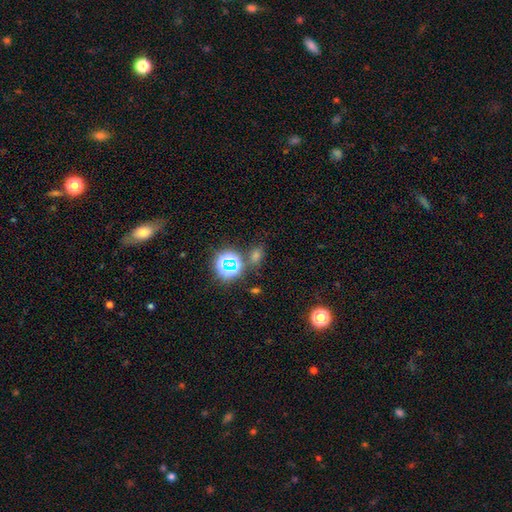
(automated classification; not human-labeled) A star or artifact, not a galaxy (50%).